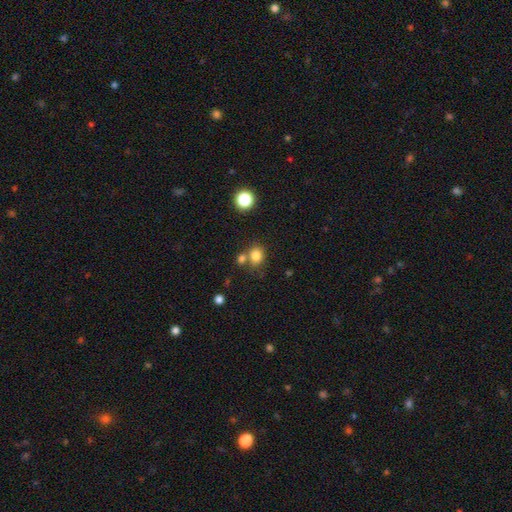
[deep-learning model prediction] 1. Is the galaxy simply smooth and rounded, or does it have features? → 81% smooth, 13% star or artifact, 7% featured or disk.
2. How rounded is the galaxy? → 68% round, 31% in between, 1% cigar-shaped.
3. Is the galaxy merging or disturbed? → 60% none, 25% merger, 11% minor disturbance, 4% major disturbance.